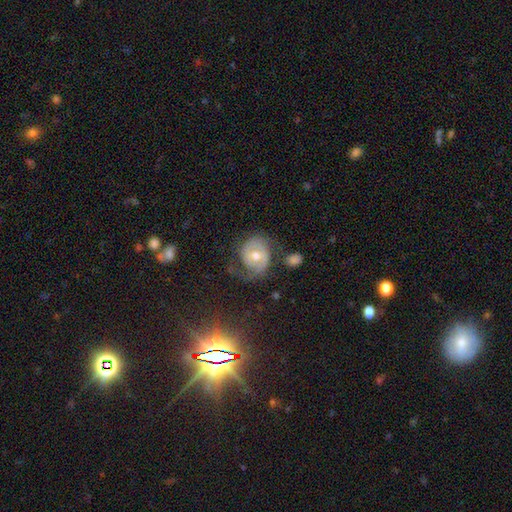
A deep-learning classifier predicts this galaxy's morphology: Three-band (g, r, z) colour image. It shows a featured or disk galaxy (60%) with no bar (55%), spiral arms (74%) and a moderate central bulge (72%). Merging: none (47%).